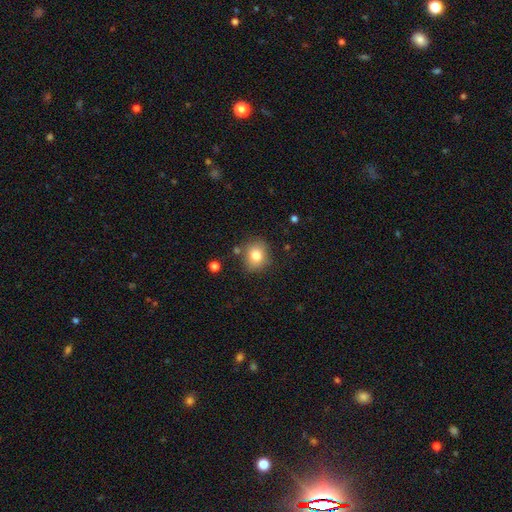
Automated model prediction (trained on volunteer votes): Overall: smooth (79%). How rounded: round (73%). Merging: none (79%).